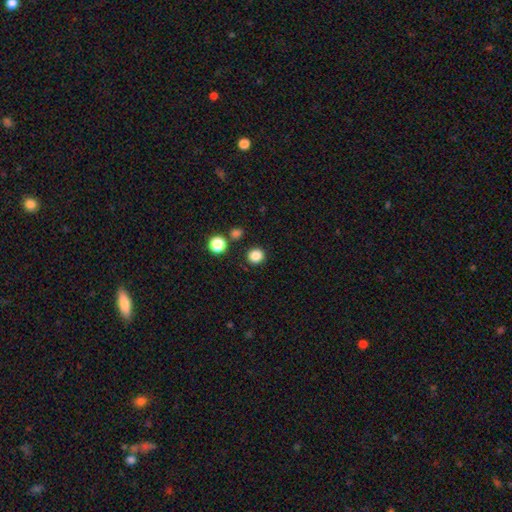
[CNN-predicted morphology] type=smooth (85%); roundness=round (92%); merging=none (89%).